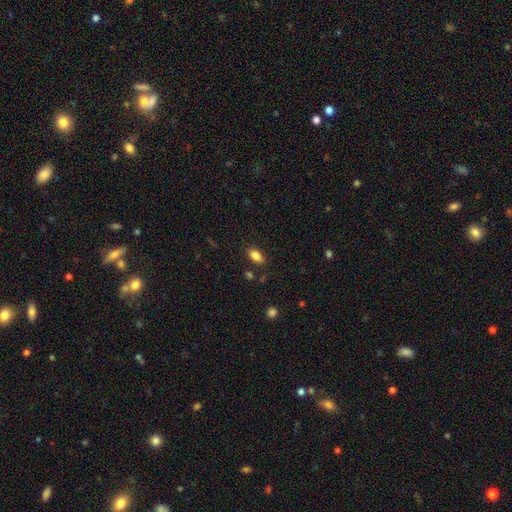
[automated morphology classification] Smooth or featured?
  - smooth: 83% *
  - star or artifact: 9%
  - featured or disk: 8%
How rounded?
  - in between: 89% *
  - cigar-shaped: 6%
  - round: 5%
Merging?
  - none: 84% *
  - minor disturbance: 11%
  - major disturbance: 3%
  - merger: 2%